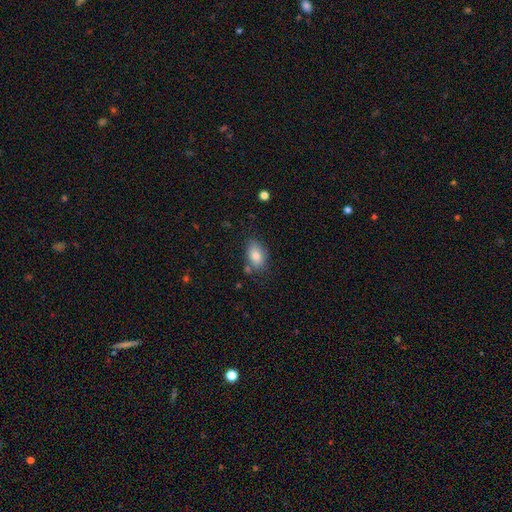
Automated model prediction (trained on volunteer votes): Overall: smooth (83%). How rounded: in between (87%). Merging: none (70%).